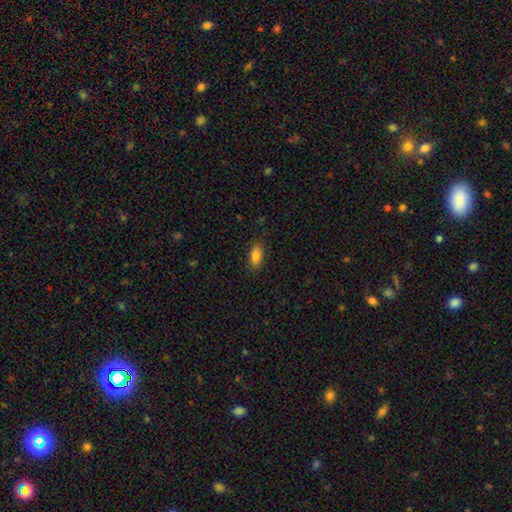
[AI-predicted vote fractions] Morphology: type=smooth (86%); roundness=in between (88%); merging=none (87%).